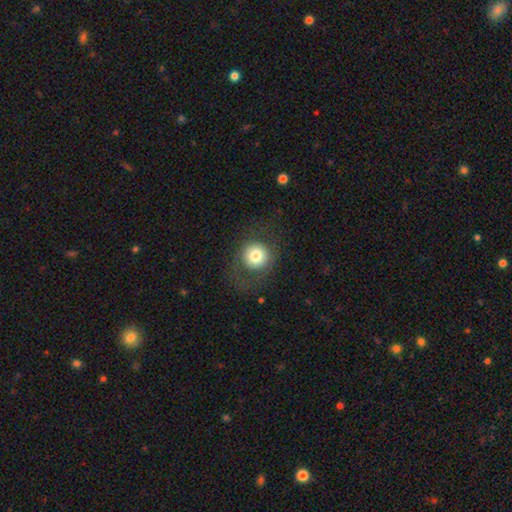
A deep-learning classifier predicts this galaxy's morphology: Overall: smooth (73%). How rounded: round (89%). Merging: none (71%).